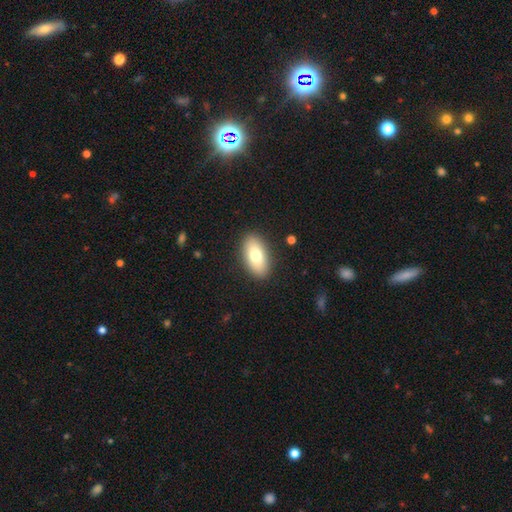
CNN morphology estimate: smooth 75%, featured or disk 18%, star or artifact 7%. Down the decision tree: how rounded — in between (91%); merging — none (89%).